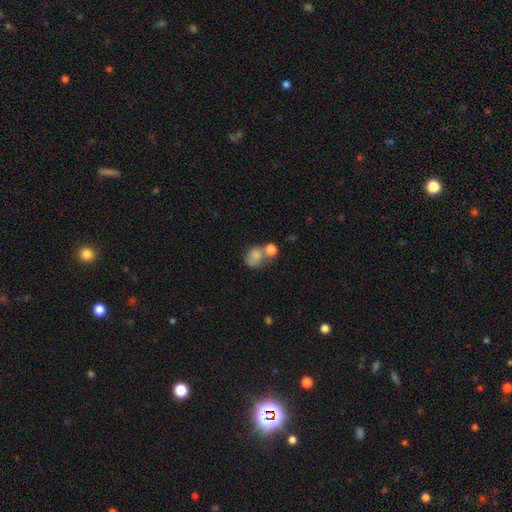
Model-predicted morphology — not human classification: A smooth galaxy with no disk features (78%) that is round (54%).

Vote fractions:
- Smooth or featured? smooth: 78% / featured or disk: 13% / star or artifact: 10%
- How rounded? round: 54% / in between: 45% / cigar-shaped: 1%
- Merging? merger: 42% / none: 32% / minor disturbance: 16% / major disturbance: 11%